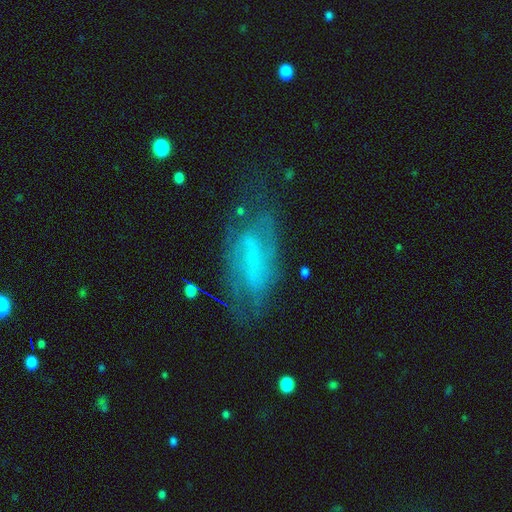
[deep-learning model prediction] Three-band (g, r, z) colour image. It shows a featured or disk galaxy (54%). Merging: none (55%).